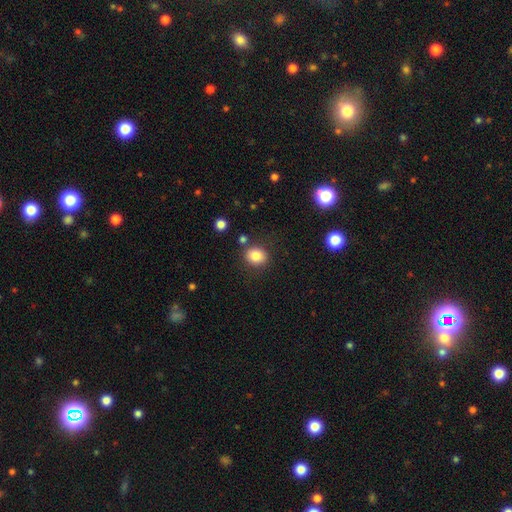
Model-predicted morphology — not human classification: Smooth or featured?
  - smooth: 83% *
  - star or artifact: 10%
  - featured or disk: 6%
How rounded?
  - round: 68% *
  - in between: 31%
  - cigar-shaped: 1%
Merging?
  - none: 81% *
  - minor disturbance: 10%
  - merger: 6%
  - major disturbance: 3%